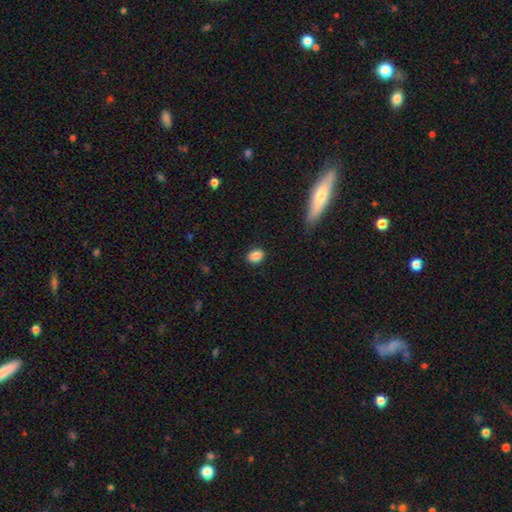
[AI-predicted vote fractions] Q: Smooth or featured?
A: smooth (87%); runner-up: star or artifact (9%)
Q: How rounded?
A: in between (63%); runner-up: round (36%)
Q: Merging?
A: none (87%); runner-up: minor disturbance (10%)